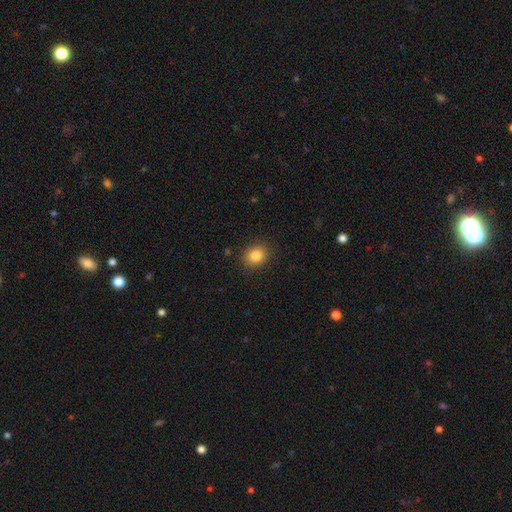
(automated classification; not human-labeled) This is clearly a smooth galaxy (84%). How rounded: likely round (64%). Merging: clearly none (89%).